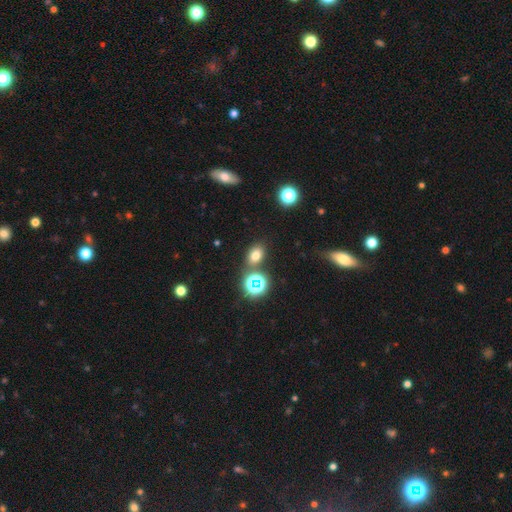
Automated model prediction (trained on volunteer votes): Overall: smooth (69%). How rounded: in between (63%; round 36%). Merging: none (77%).